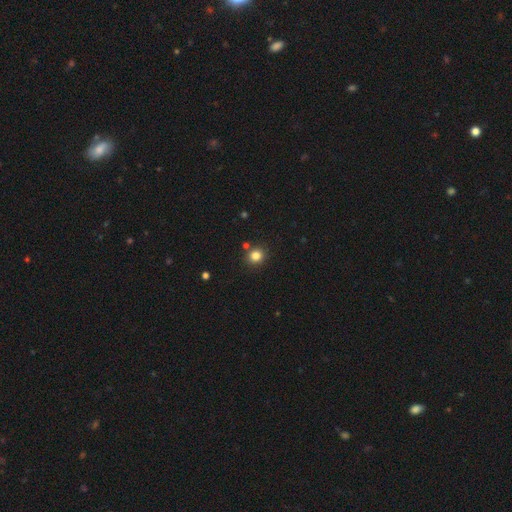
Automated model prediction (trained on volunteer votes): Morphology: type=smooth (82%); roundness=round (86%); merging=none (84%).